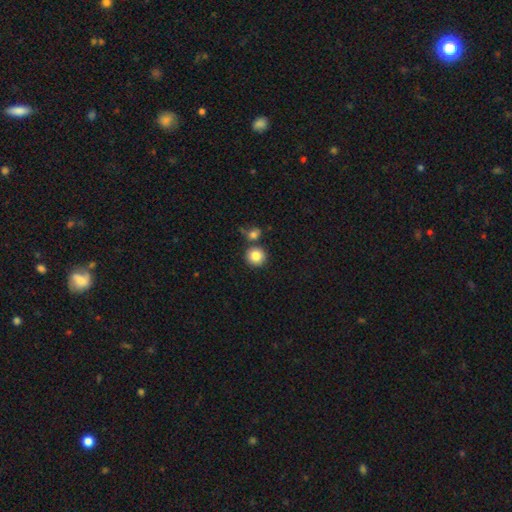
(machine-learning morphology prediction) The model was most divided on "merging": none: 77%, merger: 13%, minor disturbance: 8%, major disturbance: 2%. More confident: how rounded — round (92%); smooth or featured — smooth (84%).